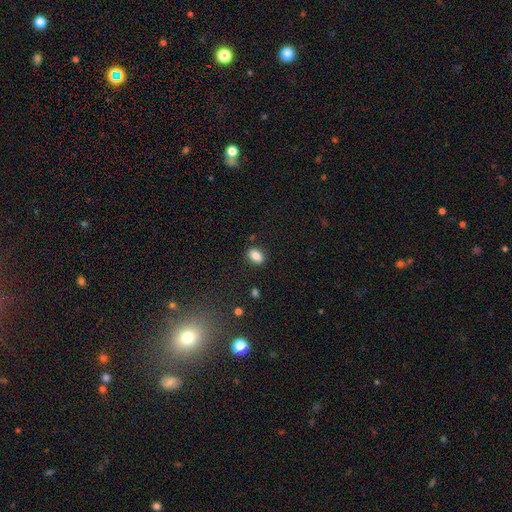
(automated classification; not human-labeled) Smooth or featured? Predicted: smooth (p=0.85). How rounded? Predicted: in between (p=0.83). Merging? Predicted: none (p=0.87).